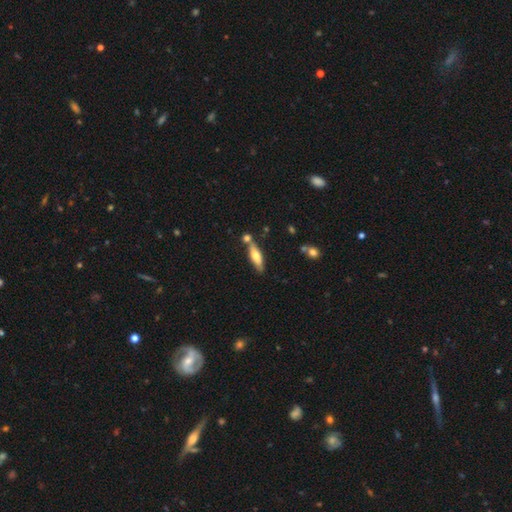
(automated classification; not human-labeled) smooth-or-featured: smooth: 59% | featured or disk: 34% | star or artifact: 6%
  how-rounded: cigar-shaped: 57% | in between: 41% | round: 2%
  merging: none: 64% | merger: 18% | minor disturbance: 14% | major disturbance: 3%